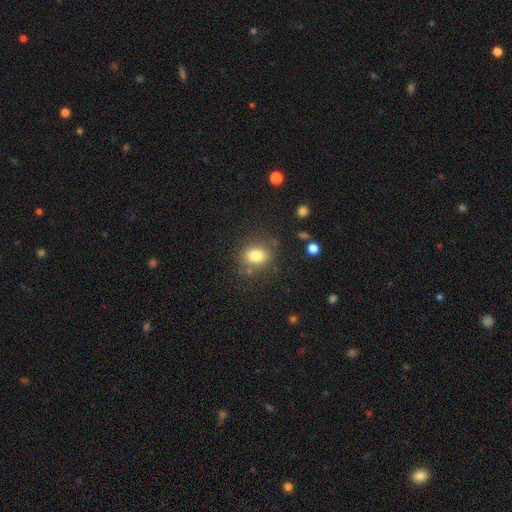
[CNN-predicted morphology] This appears to be a smooth galaxy with no disk features (81%) that is round (58%). Merging: none (77%).